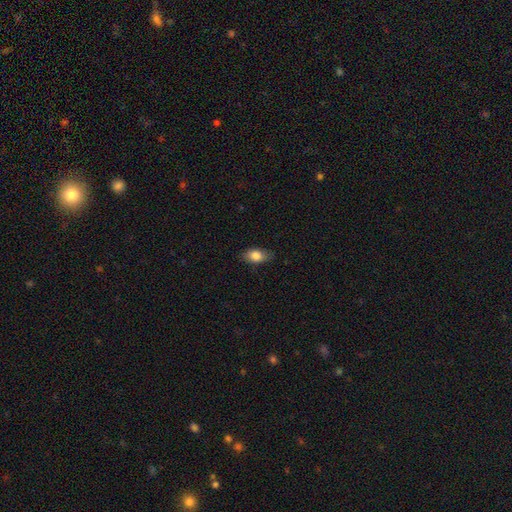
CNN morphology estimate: Smooth or featured? Predicted: smooth (p=0.83). How rounded? Predicted: in between (p=0.88). Merging? Predicted: none (p=0.81).